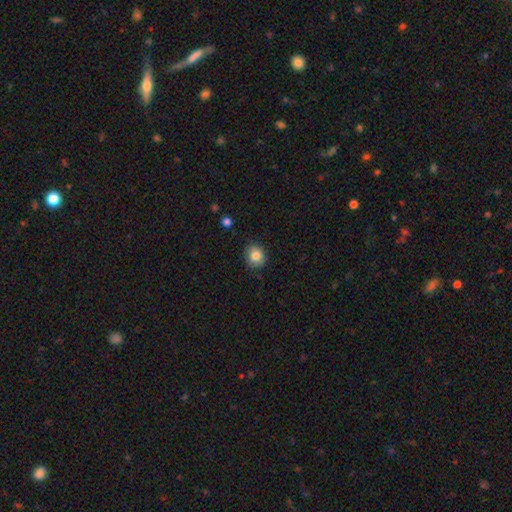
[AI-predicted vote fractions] A smooth galaxy with no disk features (82%) that is round (82%). Merging: none (84%).